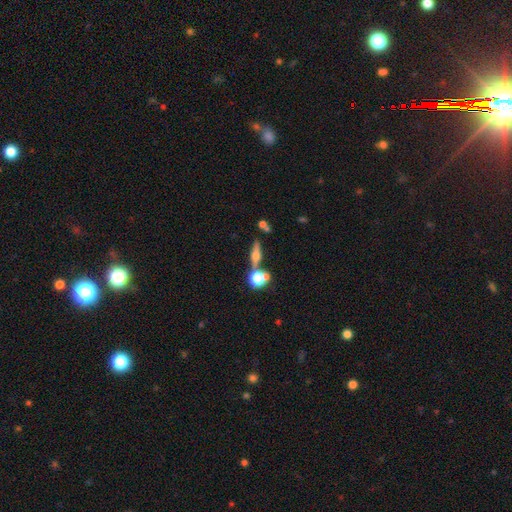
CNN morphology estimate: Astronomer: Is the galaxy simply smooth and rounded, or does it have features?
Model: featured or disk — 59%.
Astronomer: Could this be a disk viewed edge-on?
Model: yes — 91%.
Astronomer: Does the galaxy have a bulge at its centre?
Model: rounded — 94%.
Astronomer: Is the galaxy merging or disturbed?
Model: none — 70%.